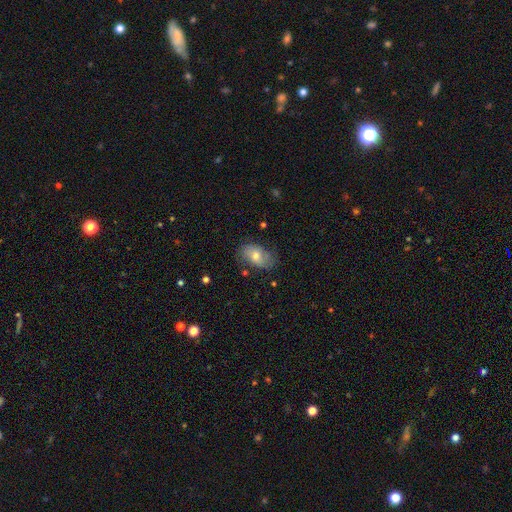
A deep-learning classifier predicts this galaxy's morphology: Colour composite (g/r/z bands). It shows a smooth galaxy with no disk features (59%) that is in between round and cigar-shaped (88%). Merging: none (70%).